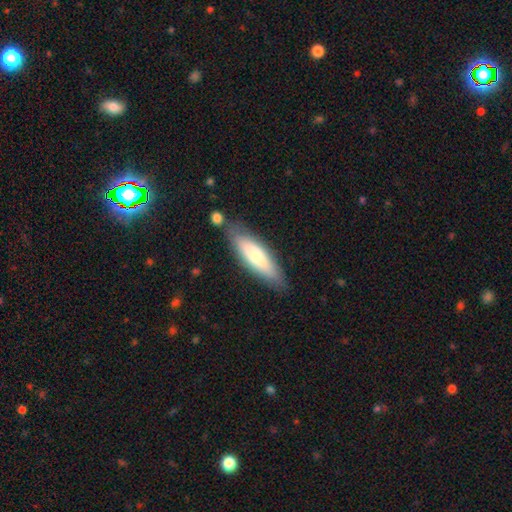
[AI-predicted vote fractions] Overall: smooth (71%). How rounded: cigar-shaped (60%; in between 38%). Merging: none (76%).